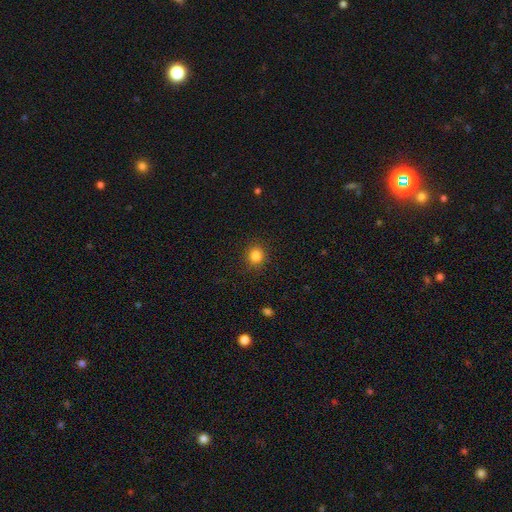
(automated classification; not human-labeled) smooth 84%, star or artifact 11%, featured or disk 4%. Down the decision tree: how rounded — round (83%); merging — none (88%).